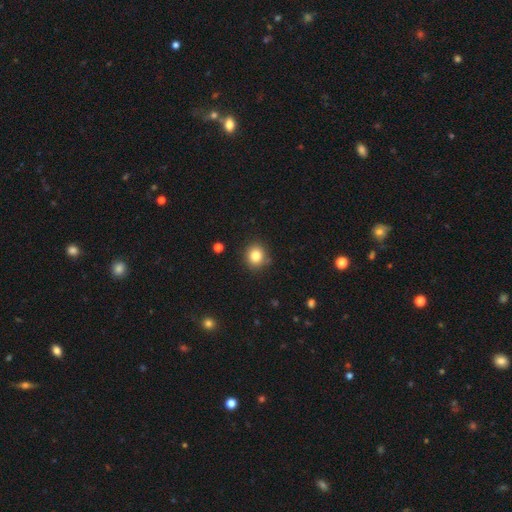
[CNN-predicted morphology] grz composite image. It shows a smooth galaxy with no disk features (83%) that is round (86%). Merging: none (87%).